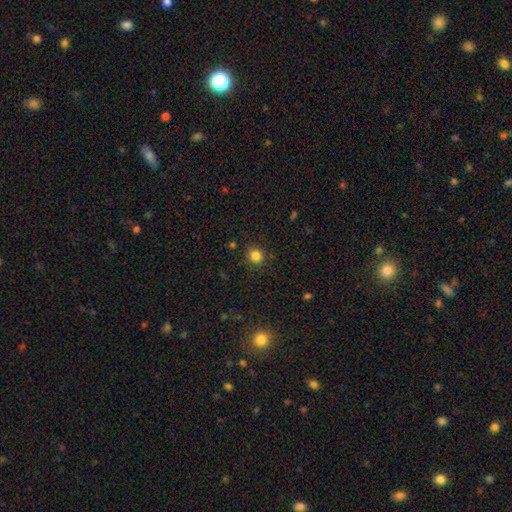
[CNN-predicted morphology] smooth-or-featured: smooth: 83% | star or artifact: 13% | featured or disk: 5%
  how-rounded: round: 84% | in between: 15% | cigar-shaped: 1%
  merging: none: 88% | minor disturbance: 8% | major disturbance: 3% | merger: 1%